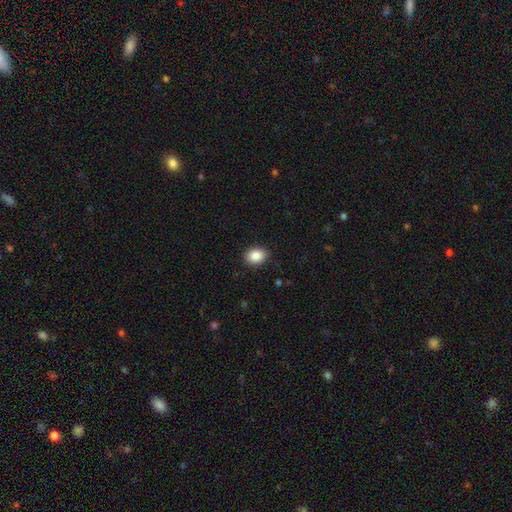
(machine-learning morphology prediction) A smooth galaxy with no disk features (88%) that is in between round and cigar-shaped (63%).

Vote fractions:
- Smooth or featured? smooth: 88% / star or artifact: 8% / featured or disk: 4%
- How rounded? in between: 63% / round: 36% / cigar-shaped: 1%
- Merging? none: 88% / minor disturbance: 9% / major disturbance: 2% / merger: 1%